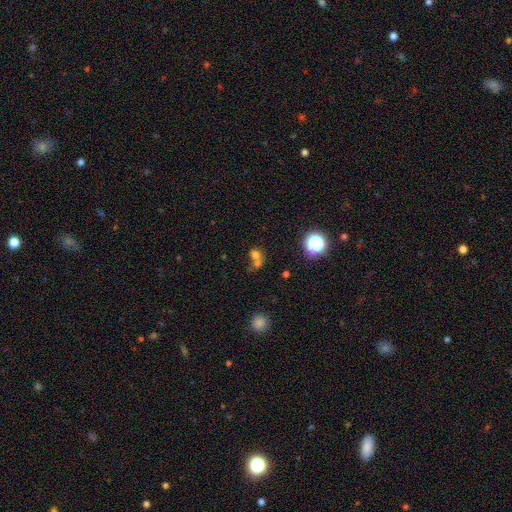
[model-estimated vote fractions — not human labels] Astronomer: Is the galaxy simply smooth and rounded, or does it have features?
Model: smooth — 66%.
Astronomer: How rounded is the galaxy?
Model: round — 70%.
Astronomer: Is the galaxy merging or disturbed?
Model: merger — 59%.